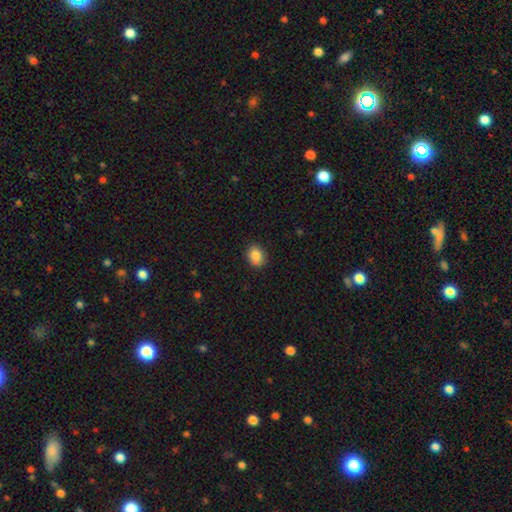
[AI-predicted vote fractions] Smooth or featured? smooth (86%)
How rounded? in between (52%)
Merging? none (88%)